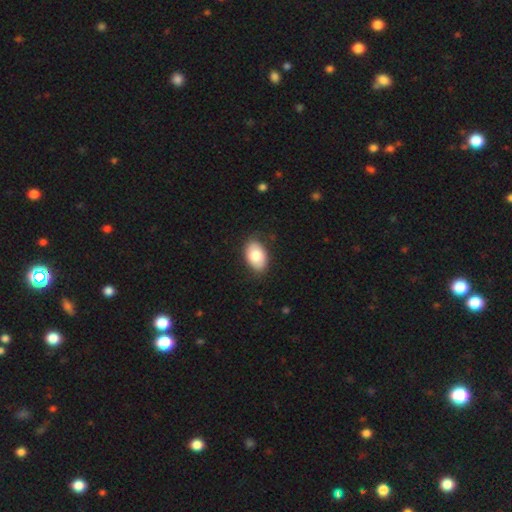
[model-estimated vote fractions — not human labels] A smooth galaxy with no disk features (80%) that is in between round and cigar-shaped (91%). Merging: none (82%).